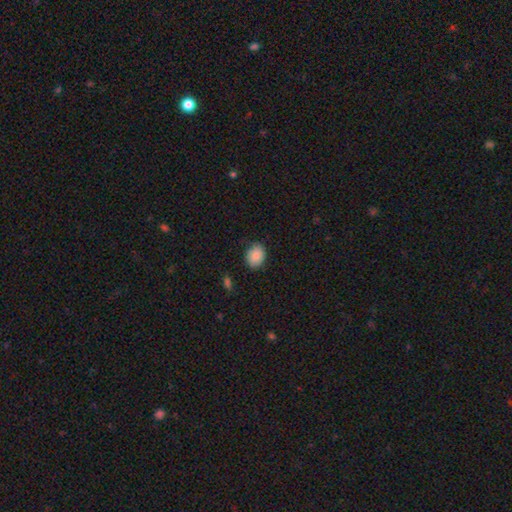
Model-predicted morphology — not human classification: Smooth or featured: smooth — 88% (star or artifact — 8%)
How rounded: in between — 57% (round — 43%)
Merging: none — 81% (minor disturbance — 14%)